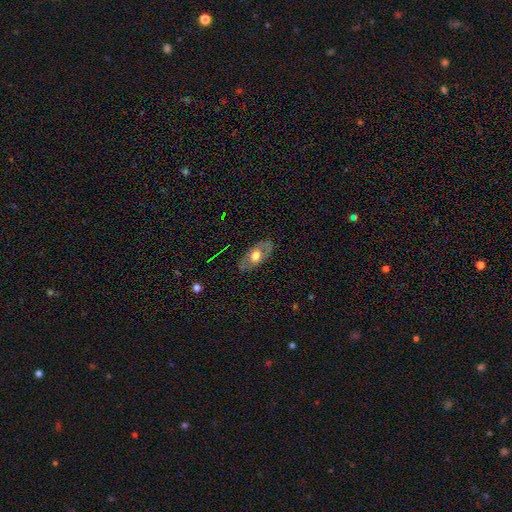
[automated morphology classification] A smooth galaxy with no disk features (48%). Merging: none (79%).